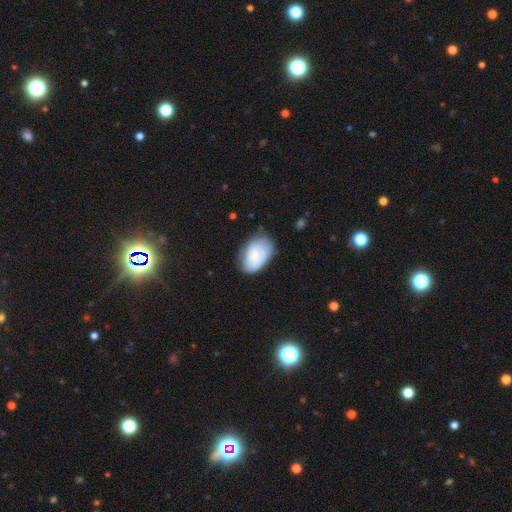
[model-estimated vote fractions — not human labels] A smooth galaxy with no disk features (69%) that is in between round and cigar-shaped (90%).

Vote fractions:
- Smooth or featured? smooth: 69% / featured or disk: 24% / star or artifact: 7%
- How rounded? in between: 90% / round: 9% / cigar-shaped: 1%
- Merging? none: 63% / minor disturbance: 28% / major disturbance: 7% / merger: 2%